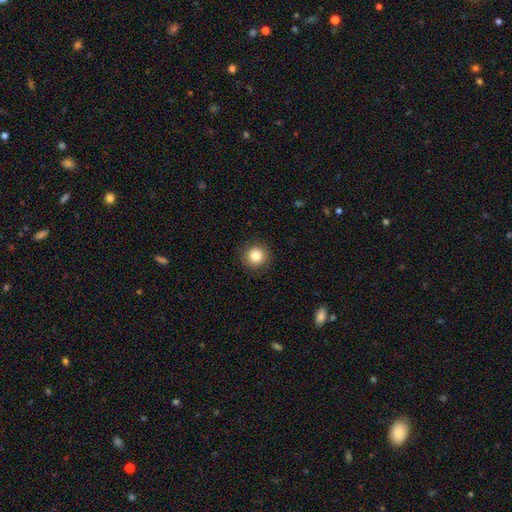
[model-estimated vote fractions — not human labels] Smooth or featured?
  - smooth: 83% *
  - star or artifact: 10%
  - featured or disk: 7%
How rounded?
  - round: 94% *
  - in between: 5%
  - cigar-shaped: 1%
Merging?
  - none: 92% *
  - minor disturbance: 5%
  - major disturbance: 2%
  - merger: 1%